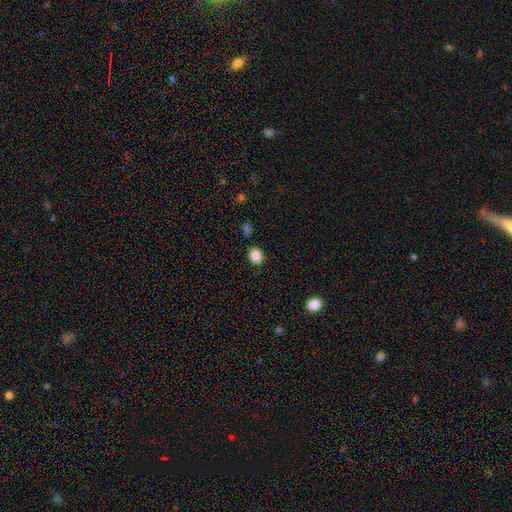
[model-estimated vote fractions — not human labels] A smooth galaxy with no disk features (86%) that is round (61%).

Vote fractions:
- Smooth or featured? smooth: 86% / star or artifact: 10% / featured or disk: 4%
- How rounded? round: 61% / in between: 38% / cigar-shaped: 1%
- Merging? none: 85% / minor disturbance: 10% / merger: 3% / major disturbance: 2%